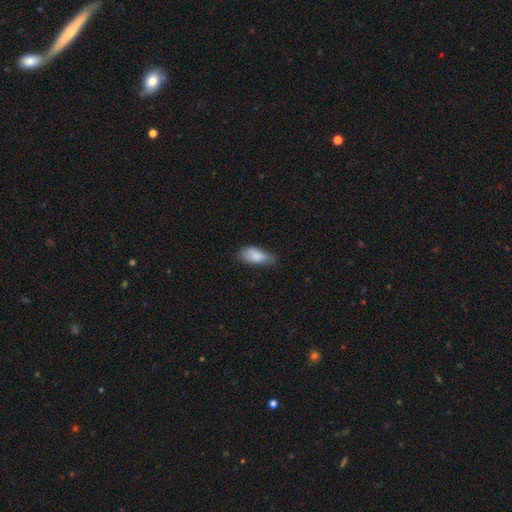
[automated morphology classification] This is clearly a smooth galaxy (84%). How rounded: clearly in between (88%). Merging: possibly none (50%).